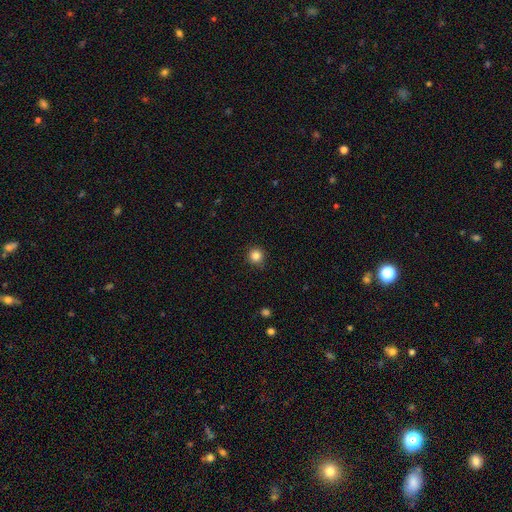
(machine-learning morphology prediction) smooth_or_featured: smooth (p=0.85) [alt: star or artifact p=0.11]
how_rounded: round (p=0.95) [alt: in between p=0.04]
merging: none (p=0.89) [alt: minor disturbance p=0.08]